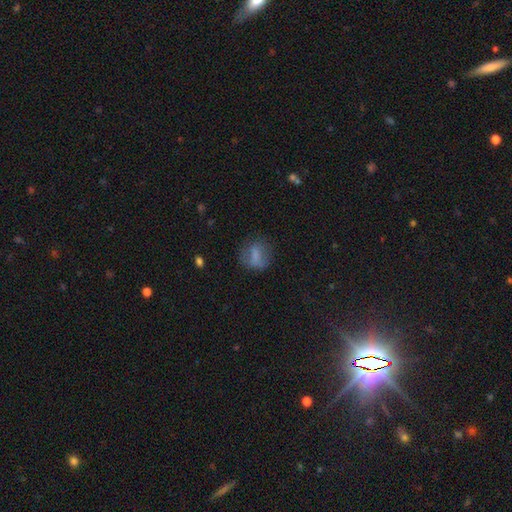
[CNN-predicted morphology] Overall: smooth (65%). How rounded: round (49%; in between 46%). Merging: none (62%).